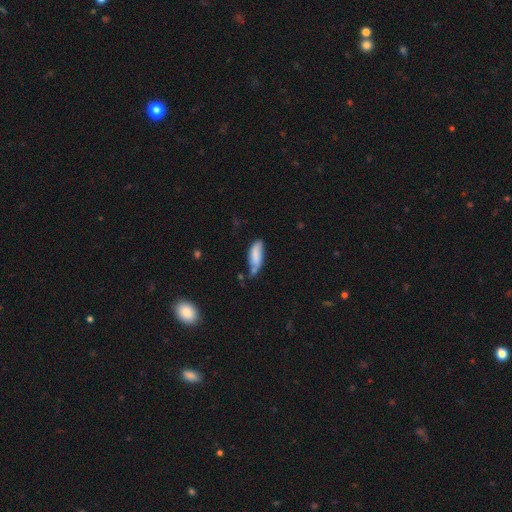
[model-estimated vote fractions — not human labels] smooth 74%, featured or disk 19%, star or artifact 7%. Down the decision tree: how rounded — in between (64%); merging — none (43%).